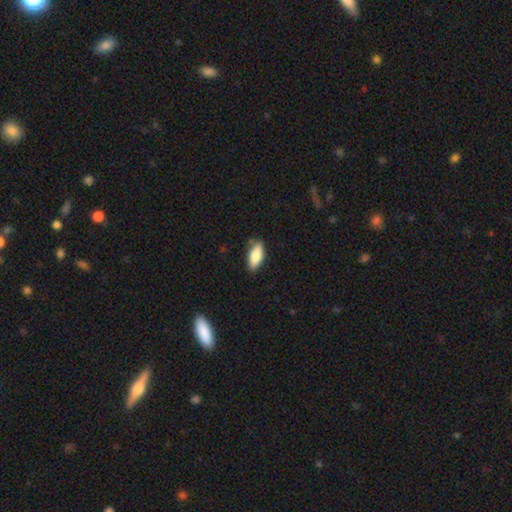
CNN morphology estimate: smooth_or_featured: smooth (p=0.79) [alt: featured or disk p=0.14]
how_rounded: in between (p=0.79) [alt: cigar-shaped p=0.18]
merging: none (p=0.83) [alt: minor disturbance p=0.13]